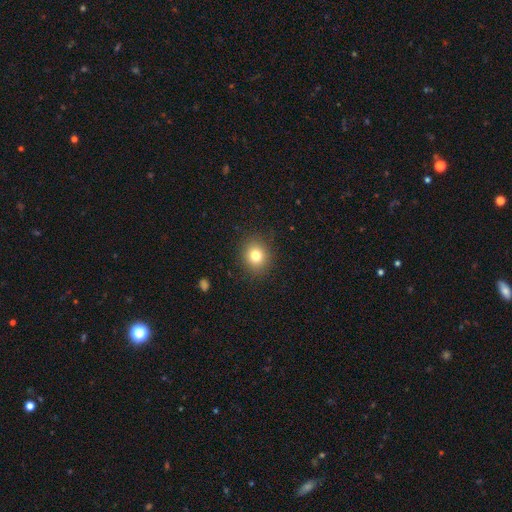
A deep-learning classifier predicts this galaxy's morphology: Q: Smooth or featured?
A: smooth (79%); runner-up: star or artifact (12%)
Q: How rounded?
A: round (80%); runner-up: in between (19%)
Q: Merging?
A: none (89%); runner-up: minor disturbance (7%)